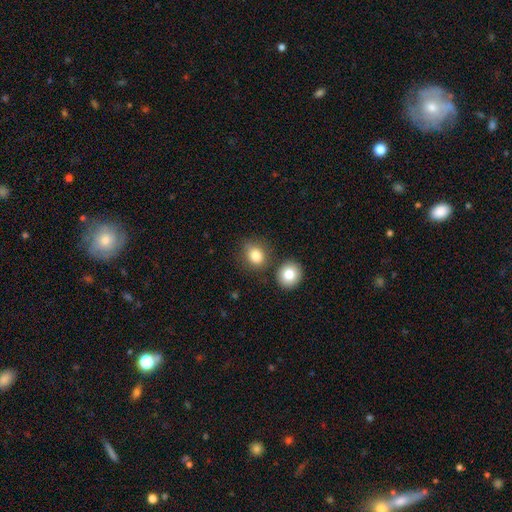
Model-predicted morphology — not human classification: Smooth or featured: smooth — 83% (star or artifact — 9%)
How rounded: round — 67% (in between — 32%)
Merging: none — 68% (merger — 15%)